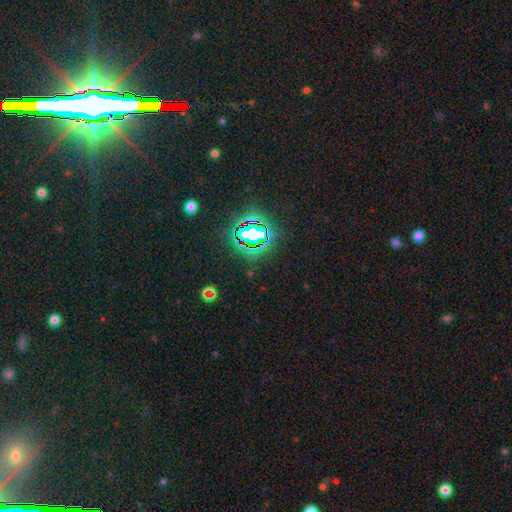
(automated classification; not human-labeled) This is clearly a star or artifact rather than a galaxy (82%).